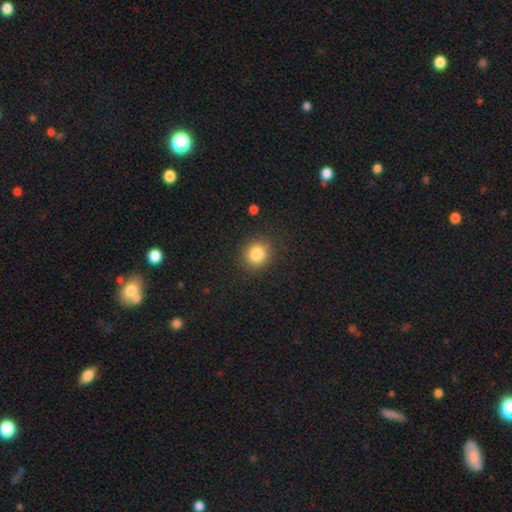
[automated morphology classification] A smooth galaxy with no disk features (83%) that is round (84%).

Vote fractions:
- Smooth or featured? smooth: 83% / star or artifact: 11% / featured or disk: 6%
- How rounded? round: 84% / in between: 15% / cigar-shaped: 1%
- Merging? none: 88% / minor disturbance: 8% / major disturbance: 3% / merger: 1%